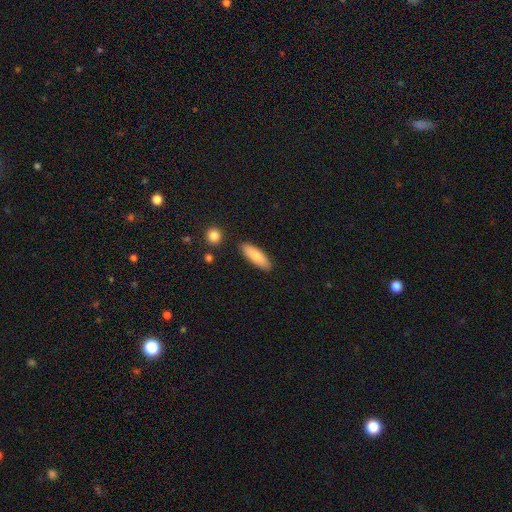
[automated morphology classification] Smooth or featured?
  - smooth: 85% *
  - featured or disk: 9%
  - star or artifact: 6%
How rounded?
  - in between: 52% *
  - cigar-shaped: 46%
  - round: 2%
Merging?
  - none: 87% *
  - minor disturbance: 9%
  - merger: 2%
  - major disturbance: 2%